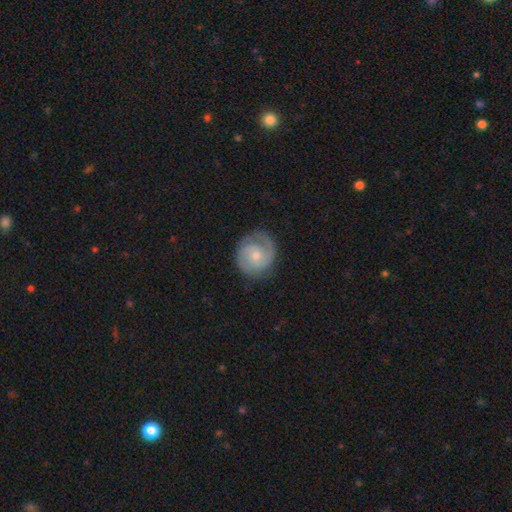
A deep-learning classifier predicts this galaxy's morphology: This appears to be a featured or disk galaxy (74%) with no bar (68%), 2 (64%) tight (57%) spiral arms (93%) and a small central bulge (50%). Merging: none (76%).